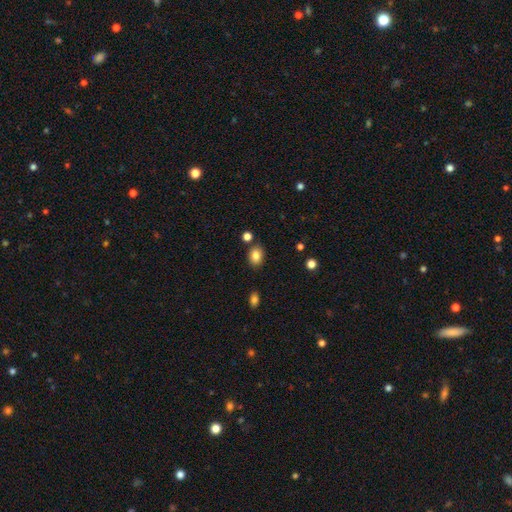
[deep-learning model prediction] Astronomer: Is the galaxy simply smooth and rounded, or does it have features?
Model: smooth — 84%.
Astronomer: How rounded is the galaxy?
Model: in between — 69%.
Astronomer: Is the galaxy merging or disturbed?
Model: none — 81%.